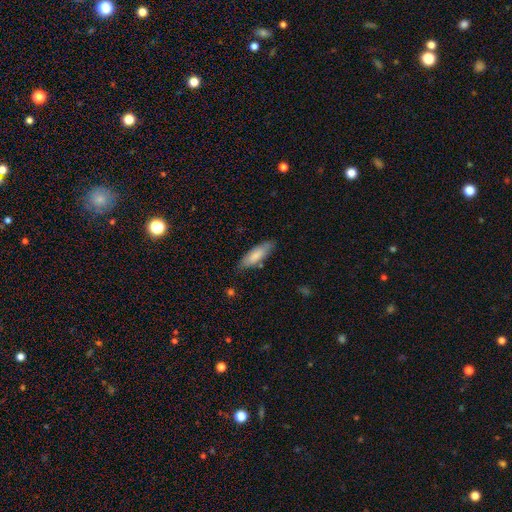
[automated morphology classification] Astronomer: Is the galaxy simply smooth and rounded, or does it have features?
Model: smooth — 80%.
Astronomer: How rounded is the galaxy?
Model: in between — 57% (runner-up: cigar-shaped, 41%).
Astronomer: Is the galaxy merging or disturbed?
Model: none — 76%.